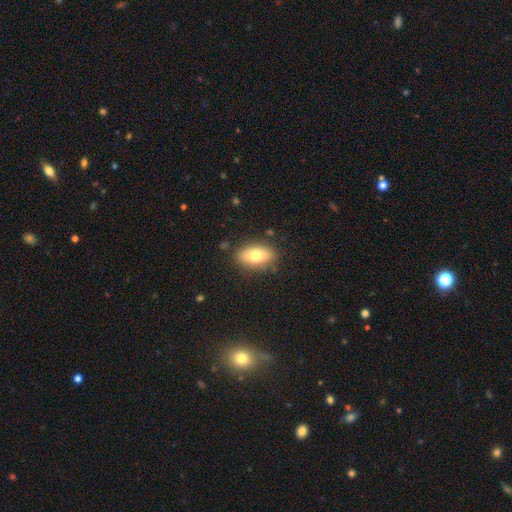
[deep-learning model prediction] The model was most divided on "smooth or featured": smooth: 74%, featured or disk: 19%, star or artifact: 8%. More confident: how rounded — in between (88%); merging — none (85%).